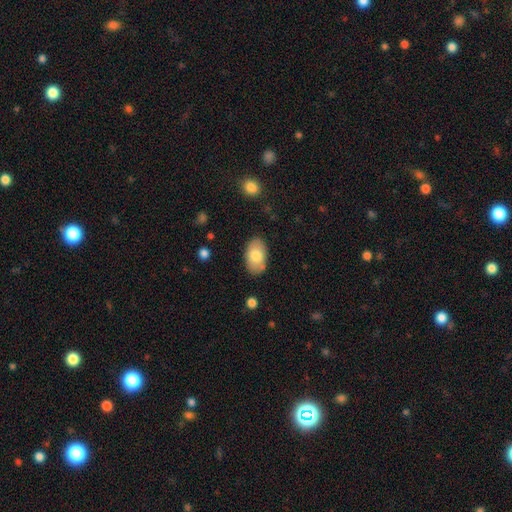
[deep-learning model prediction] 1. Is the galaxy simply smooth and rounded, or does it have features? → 77% smooth, 17% featured or disk, 6% star or artifact.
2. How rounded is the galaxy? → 93% in between, 5% round, 1% cigar-shaped.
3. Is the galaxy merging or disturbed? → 83% none, 12% minor disturbance, 3% major disturbance, 2% merger.